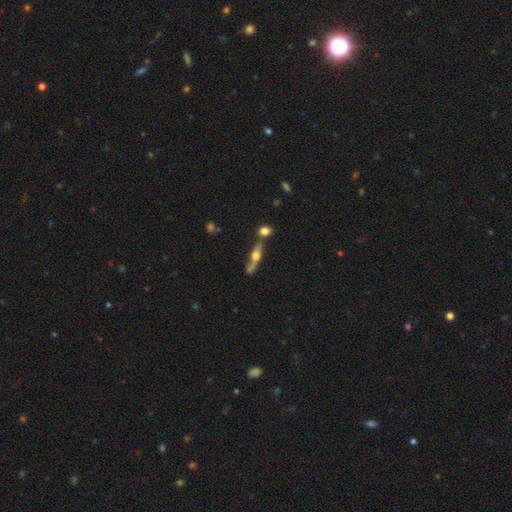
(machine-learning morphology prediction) A featured or disk galaxy (65%) viewed edge-on (89%) with a rounded central bulge (94%).

Vote fractions:
- Smooth or featured? featured or disk: 65% / smooth: 27% / star or artifact: 7%
- Edge-on disk? yes: 89% / no: 11%
- Edge-on bulge? rounded: 94% / boxy: 3% / none: 2%
- Merging? none: 65% / merger: 17% / minor disturbance: 14% / major disturbance: 5%